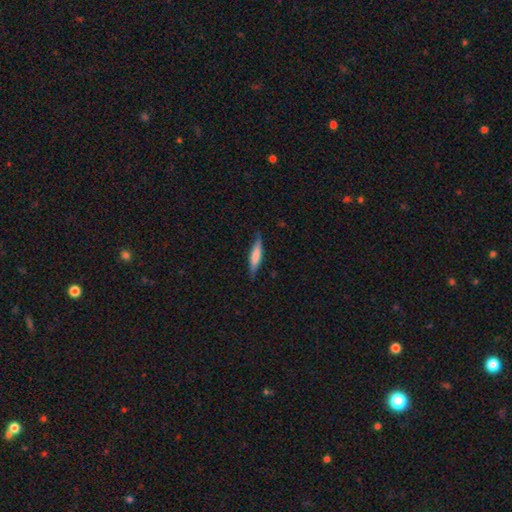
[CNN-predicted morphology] smooth-or-featured: smooth: 59% | featured or disk: 35% | star or artifact: 6%
  how-rounded: cigar-shaped: 84% | in between: 15% | round: 2%
  merging: none: 85% | minor disturbance: 12% | major disturbance: 2% | merger: 1%